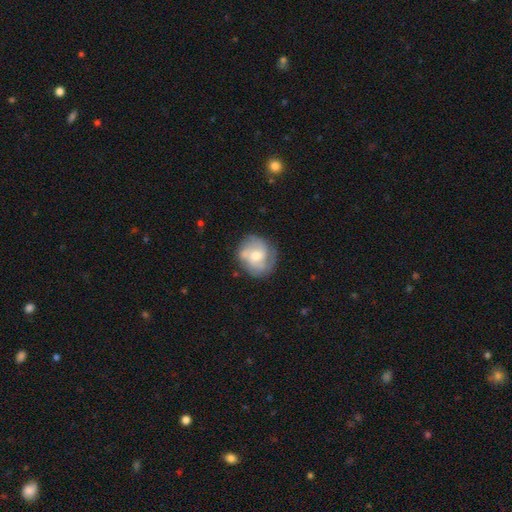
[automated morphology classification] This appears to be a featured or disk galaxy (63%) with no bar (65%), tight (44%) spiral arms (82%) and a moderate central bulge (58%). Merging: none (67%).